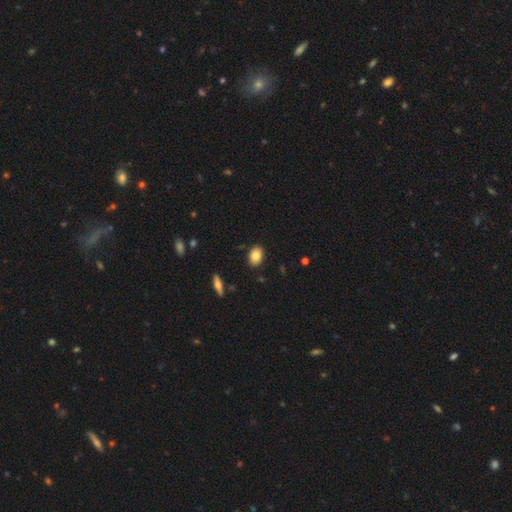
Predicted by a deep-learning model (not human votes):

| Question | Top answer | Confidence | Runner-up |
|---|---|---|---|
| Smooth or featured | smooth | 84% | featured or disk (8%) |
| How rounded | in between | 83% | round (16%) |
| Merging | none | 88% | minor disturbance (9%) |